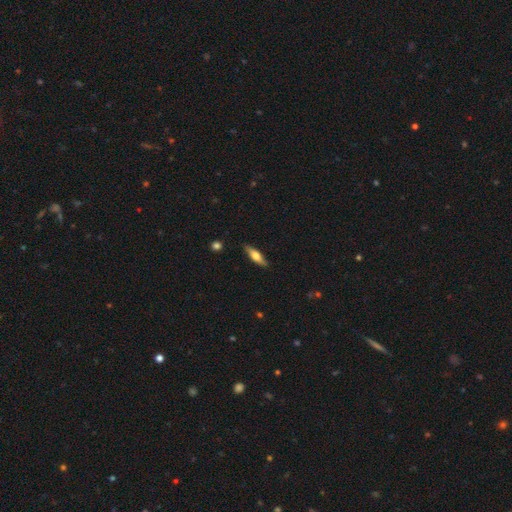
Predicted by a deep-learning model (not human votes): Overall: smooth (51%; featured or disk 43%). How rounded: cigar-shaped (60%; in between 38%). Merging: none (85%).